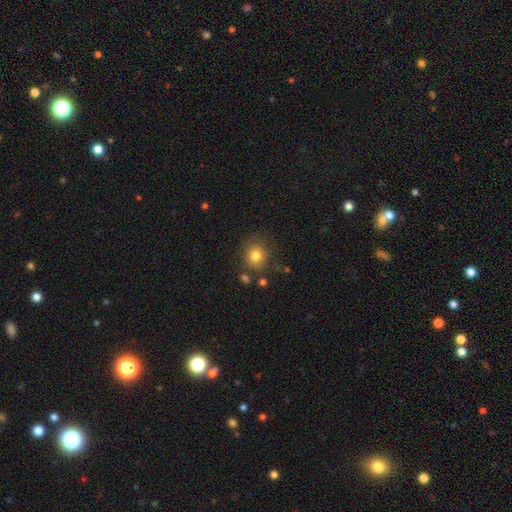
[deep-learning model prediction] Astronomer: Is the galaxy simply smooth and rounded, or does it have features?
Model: smooth — 79%.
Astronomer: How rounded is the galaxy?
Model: round — 82%.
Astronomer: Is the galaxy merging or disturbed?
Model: none — 74%.